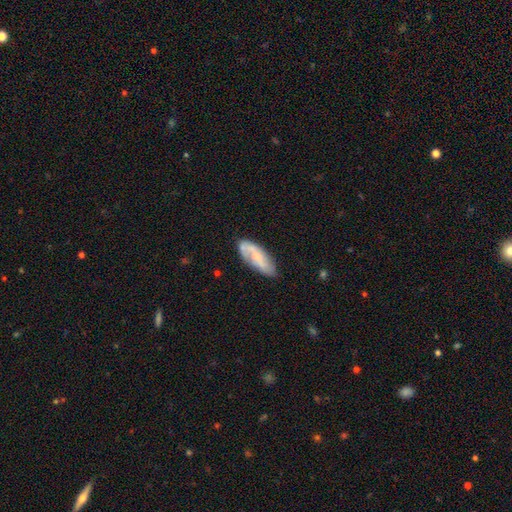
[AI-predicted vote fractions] This is possibly a featured or disk galaxy (49%). Merging: likely none (68%).